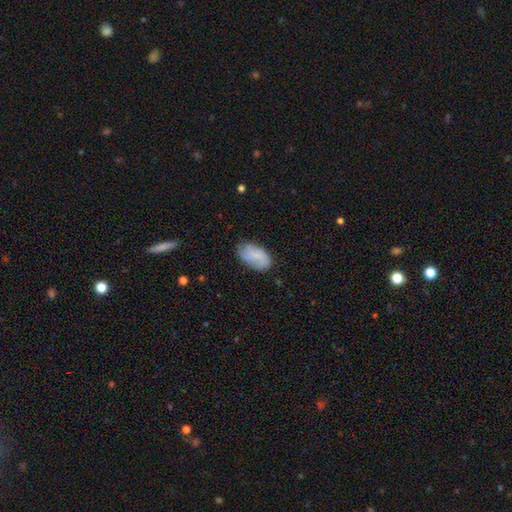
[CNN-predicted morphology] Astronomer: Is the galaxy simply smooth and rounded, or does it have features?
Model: smooth — 63%.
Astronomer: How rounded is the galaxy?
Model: in between — 93%.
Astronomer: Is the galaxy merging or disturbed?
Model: none — 69%.